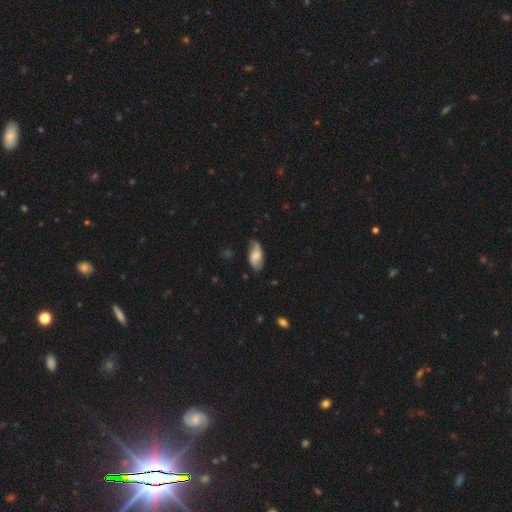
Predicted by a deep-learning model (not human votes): Smooth or featured? smooth (54%)
How rounded? in between (89%)
Merging? none (64%)